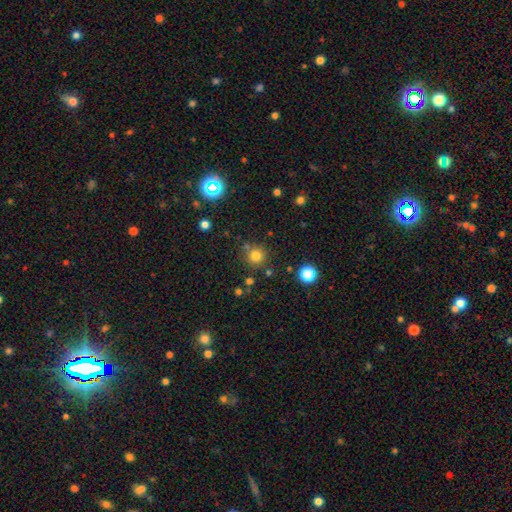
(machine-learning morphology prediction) A smooth galaxy with no disk features (78%) that is round (93%).

Vote fractions:
- Smooth or featured? smooth: 78% / star or artifact: 16% / featured or disk: 6%
- How rounded? round: 93% / in between: 6% / cigar-shaped: 1%
- Merging? none: 78% / minor disturbance: 10% / merger: 8% / major disturbance: 4%